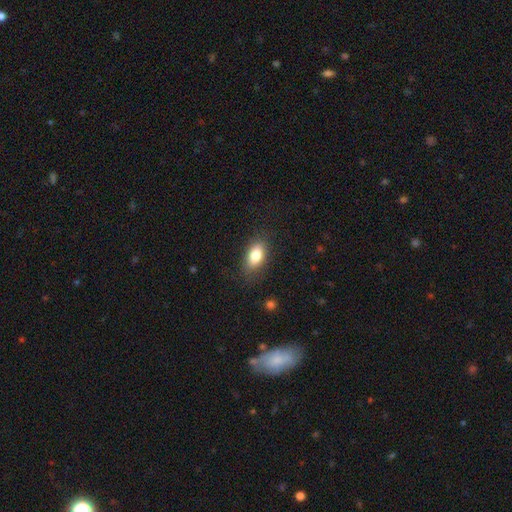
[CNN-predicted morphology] Smooth or featured: smooth — 83% (featured or disk — 10%)
How rounded: in between — 89% (round — 6%)
Merging: none — 81% (minor disturbance — 14%)